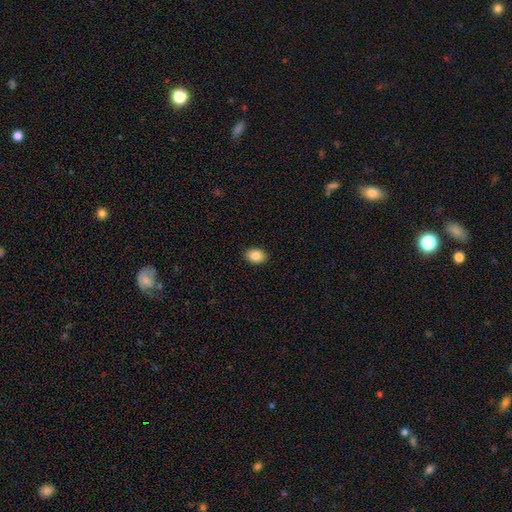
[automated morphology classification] This is clearly a smooth galaxy (87%). How rounded: likely in between (73%). Merging: clearly none (91%).